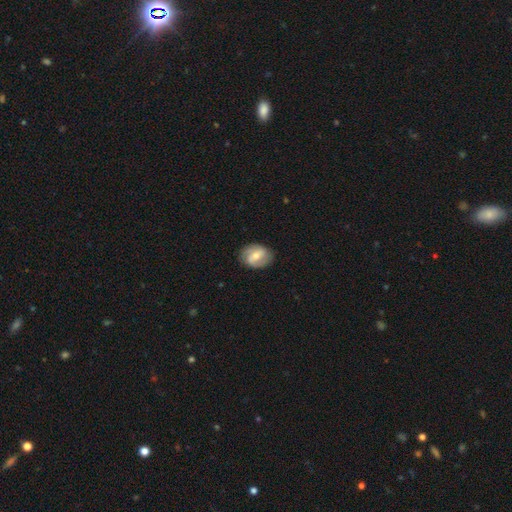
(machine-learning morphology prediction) Q: Smooth or featured?
A: featured or disk (62%); runner-up: smooth (32%)
Q: Edge-on disk?
A: no (96%); runner-up: yes (4%)
Q: Bar?
A: weak (48%); runner-up: strong (29%)
Q: Spiral arms?
A: yes (81%); runner-up: no (19%)
Q: Bulge size?
A: moderate (57%); runner-up: small (36%)
Q: Merging?
A: none (82%); runner-up: minor disturbance (13%)